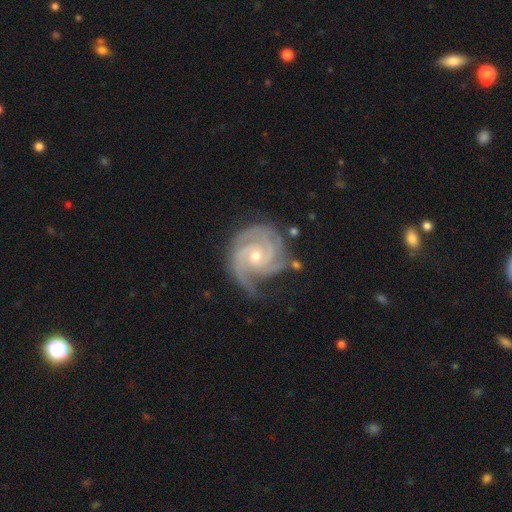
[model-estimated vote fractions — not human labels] This appears to be a featured or disk galaxy (93%) with no bar (67%), 3 (57%) tight (70%) spiral arms (99%) and a small central bulge (51%). Merging: none (66%).